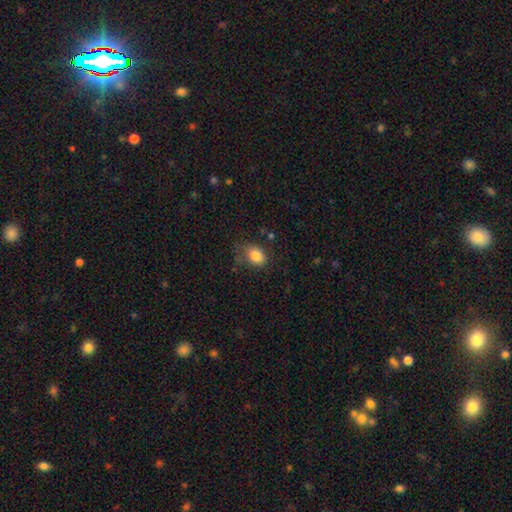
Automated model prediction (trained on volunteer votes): Q: Smooth or featured?
A: smooth (84%); runner-up: star or artifact (10%)
Q: How rounded?
A: in between (70%); runner-up: round (29%)
Q: Merging?
A: none (65%); runner-up: minor disturbance (25%)